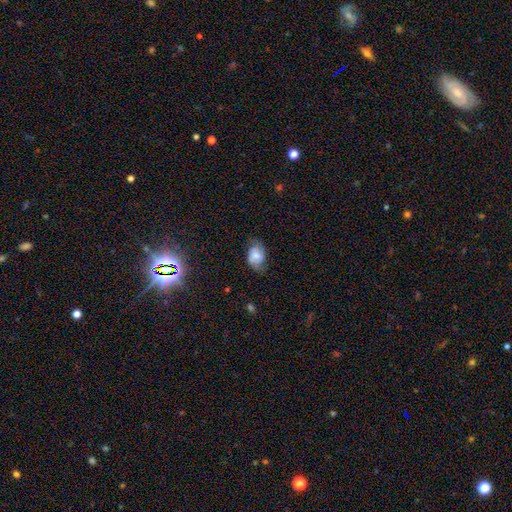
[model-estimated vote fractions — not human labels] Smooth or featured? smooth (64%)
How rounded? in between (82%)
Merging? none (63%)